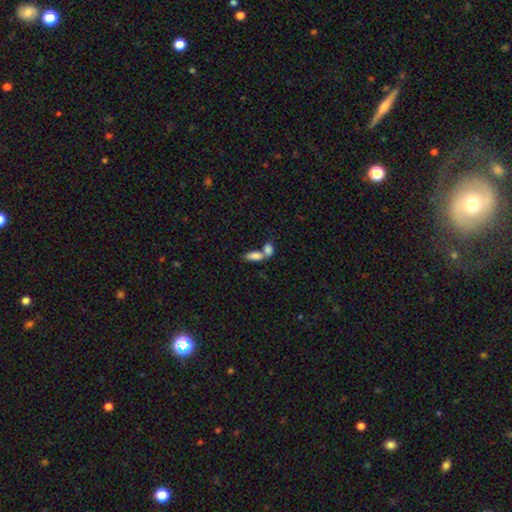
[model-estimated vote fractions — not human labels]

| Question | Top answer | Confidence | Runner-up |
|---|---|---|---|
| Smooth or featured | smooth | 81% | featured or disk (11%) |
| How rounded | in between | 85% | cigar-shaped (11%) |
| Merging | merger | 65% | none (25%) |